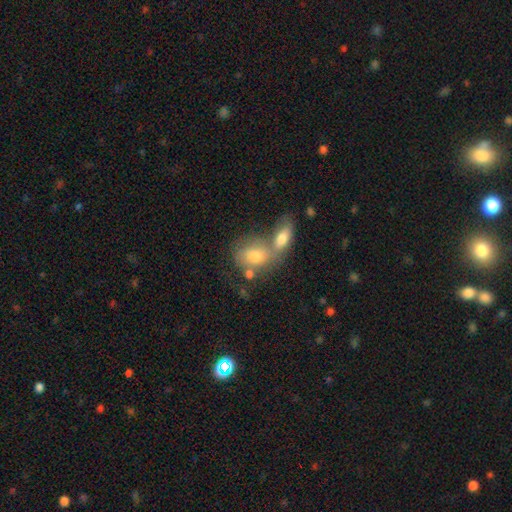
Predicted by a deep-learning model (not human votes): Q: Smooth or featured?
A: smooth (68%); runner-up: featured or disk (23%)
Q: How rounded?
A: in between (66%); runner-up: round (31%)
Q: Merging?
A: merger (59%); runner-up: none (27%)